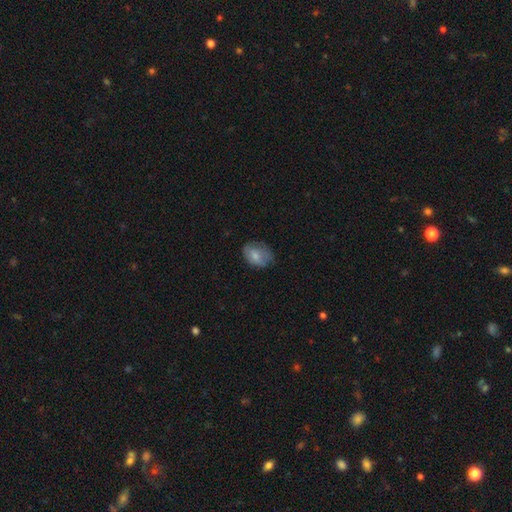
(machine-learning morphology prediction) A smooth galaxy with no disk features (73%) that is in between round and cigar-shaped (75%). Merging: none (60%).